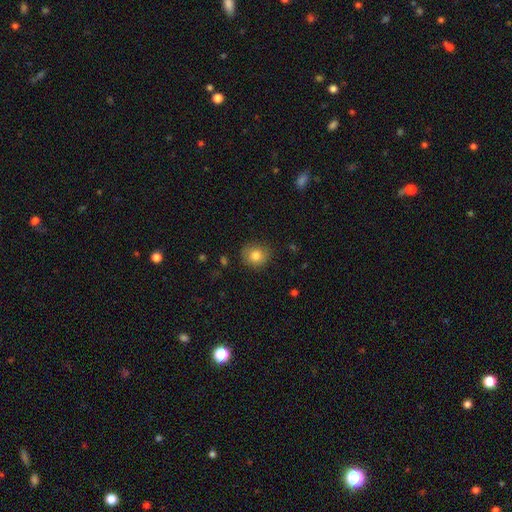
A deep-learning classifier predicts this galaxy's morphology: Smooth or featured? Predicted: smooth (p=0.82). How rounded? Predicted: round (p=0.84). Merging? Predicted: none (p=0.84).